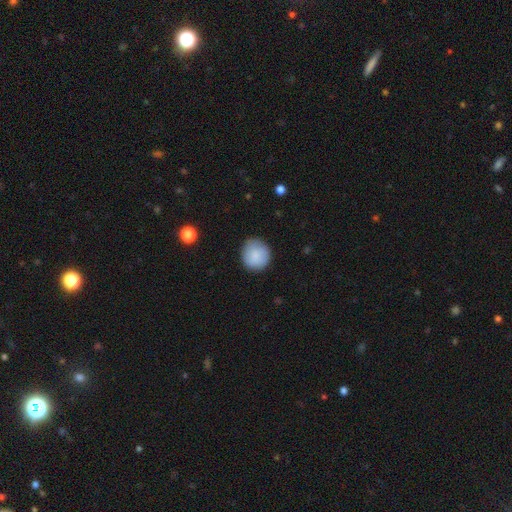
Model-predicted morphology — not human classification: smooth_or_featured: smooth (p=0.87) [alt: star or artifact p=0.07]
how_rounded: round (p=0.89) [alt: in between p=0.10]
merging: none (p=0.86) [alt: minor disturbance p=0.11]